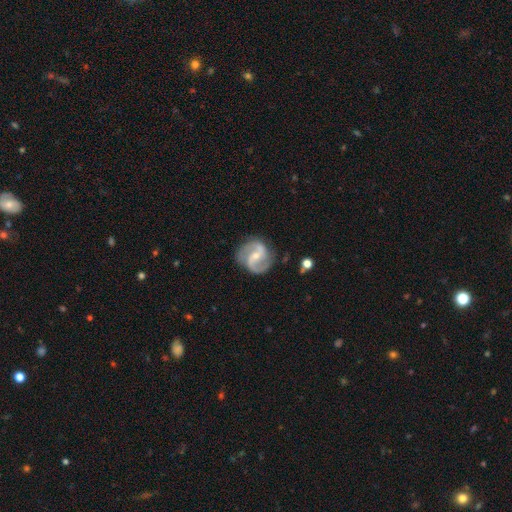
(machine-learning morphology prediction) Smooth or featured: featured or disk — 89% (smooth — 6%)
Edge-on disk: no — 98% (yes — 2%)
Bar: weak — 46% (strong — 27%)
Spiral arms: yes — 97% (no — 3%)
Spiral winding: medium — 56% (loose — 27%)
Spiral arm count: 2 — 92% (can't tell — 3%)
Bulge size: small — 60% (moderate — 35%)
Merging: none — 80% (minor disturbance — 13%)